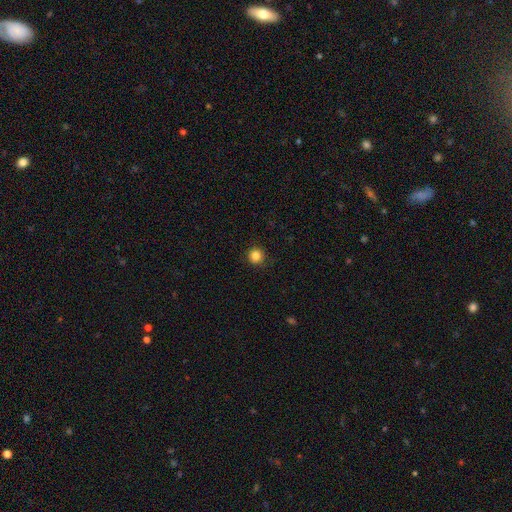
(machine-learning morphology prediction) Smooth or featured? smooth (84%)
How rounded? round (94%)
Merging? none (90%)